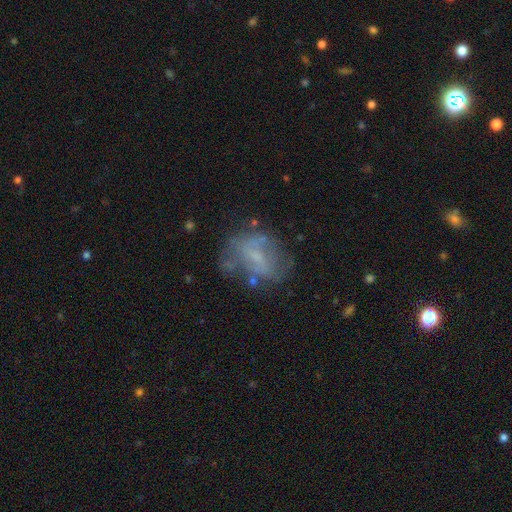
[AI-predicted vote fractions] smooth-or-featured: featured or disk: 53% | smooth: 35% | star or artifact: 12%
  disk-edge-on: no: 96% | yes: 4%
    bar: no: 44% | weak: 42% | strong: 14%
    has-spiral-arms: no: 61% | yes: 39%
    bulge-size: small: 43% | none: 33% | moderate: 21% | large: 2% | dominant: 1%
  merging: none: 53% | minor disturbance: 23% | major disturbance: 17% | merger: 7%